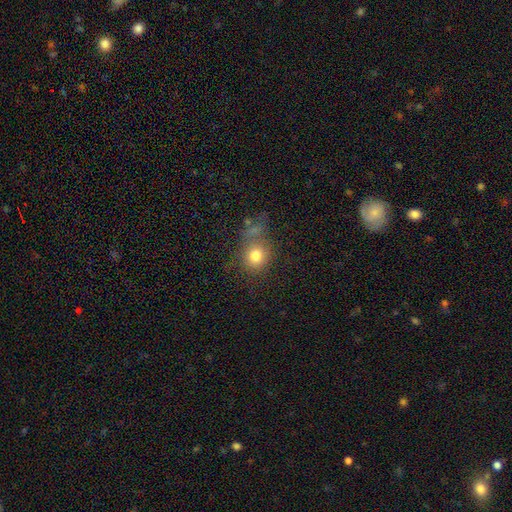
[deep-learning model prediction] Smooth or featured?
  - smooth: 78% *
  - star or artifact: 12%
  - featured or disk: 10%
How rounded?
  - round: 78% *
  - in between: 20%
  - cigar-shaped: 1%
Merging?
  - none: 54% *
  - minor disturbance: 18%
  - merger: 15%
  - major disturbance: 13%